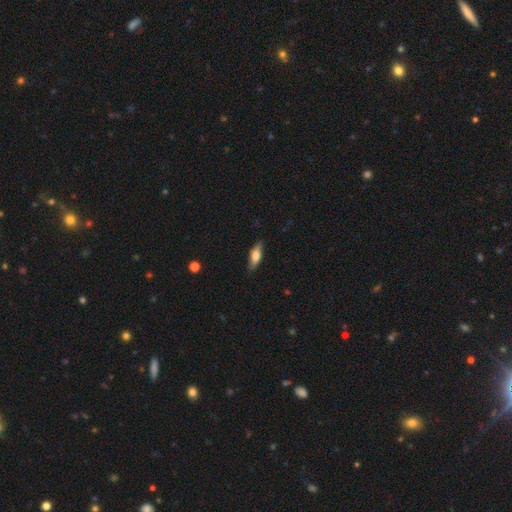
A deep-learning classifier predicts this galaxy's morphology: Smooth or featured: smooth — 63% (featured or disk — 31%)
How rounded: in between — 57% (cigar-shaped — 40%)
Merging: none — 80% (minor disturbance — 16%)